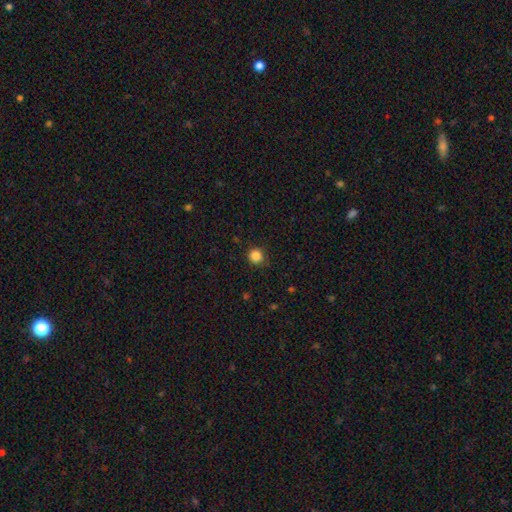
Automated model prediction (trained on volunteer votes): Smooth or featured? smooth (85%)
How rounded? round (93%)
Merging? none (87%)